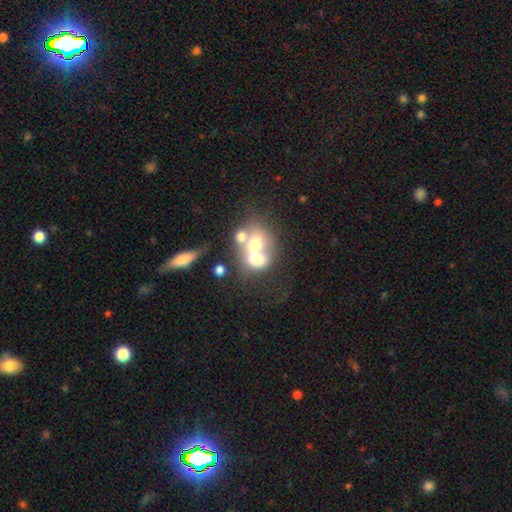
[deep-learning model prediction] smooth-or-featured: smooth: 54% | featured or disk: 34% | star or artifact: 12%
  how-rounded: in between: 53% | round: 45% | cigar-shaped: 2%
  merging: merger: 65% | none: 17% | major disturbance: 10% | minor disturbance: 8%